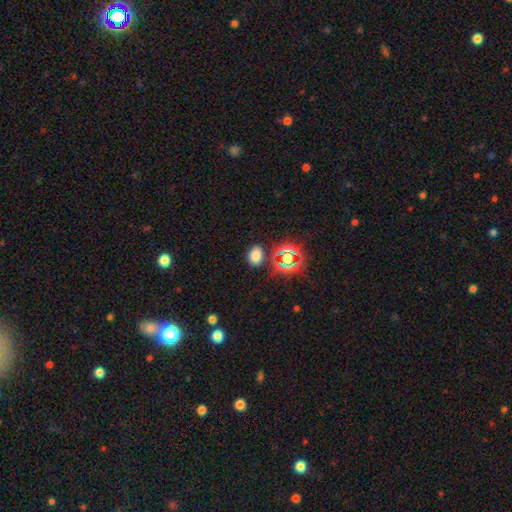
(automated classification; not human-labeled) Smooth or featured?
  - smooth: 71% *
  - star or artifact: 23%
  - featured or disk: 6%
How rounded?
  - in between: 71% *
  - round: 28%
  - cigar-shaped: 1%
Merging?
  - none: 82% *
  - minor disturbance: 10%
  - merger: 5%
  - major disturbance: 3%